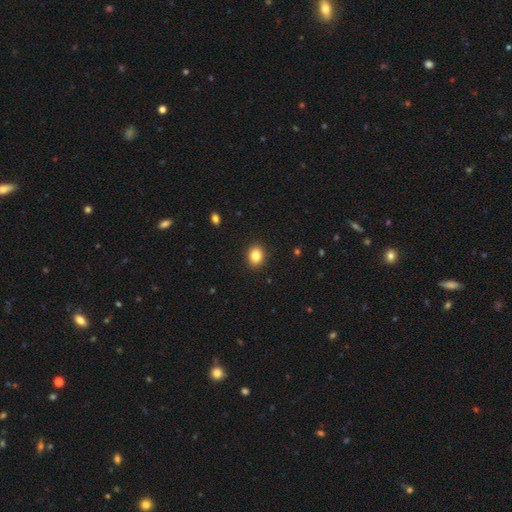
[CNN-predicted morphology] Q: Smooth or featured?
A: smooth (84%); runner-up: star or artifact (10%)
Q: How rounded?
A: round (54%); runner-up: in between (45%)
Q: Merging?
A: none (91%); runner-up: minor disturbance (6%)